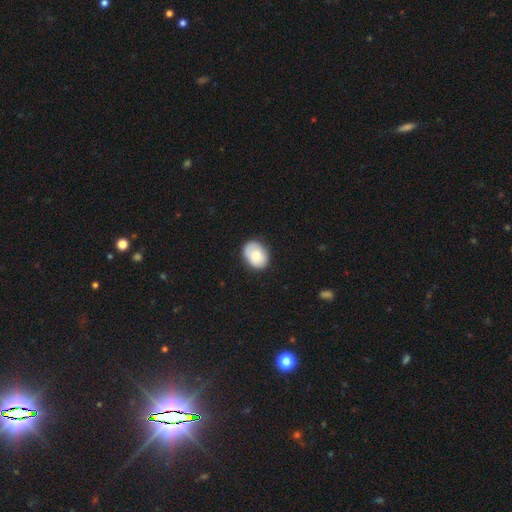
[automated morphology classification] This is likely a smooth galaxy (79%). How rounded: likely in between (65%). Merging: clearly none (80%).